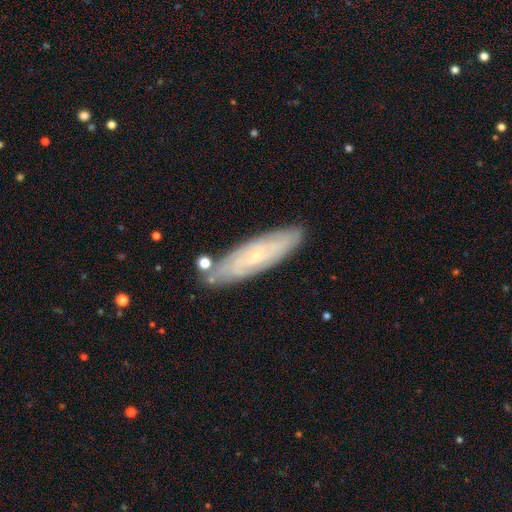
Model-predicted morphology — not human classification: This is likely a featured or disk galaxy (60%). It is likely not viewed edge-on (71%). Merging: clearly none (81%).